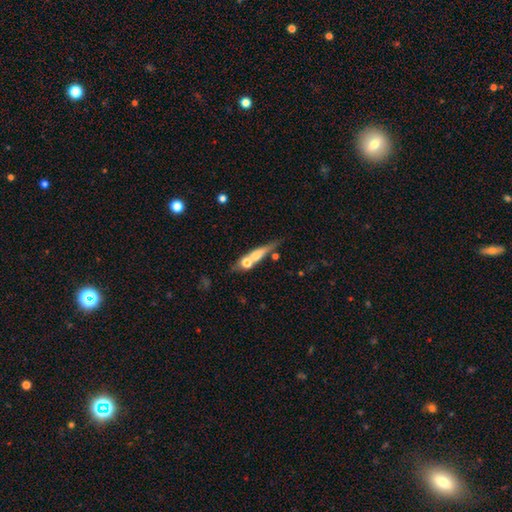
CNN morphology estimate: smooth_or_featured: featured or disk (p=0.46) [alt: smooth p=0.45]
merging: none (p=0.47) [alt: merger p=0.33]